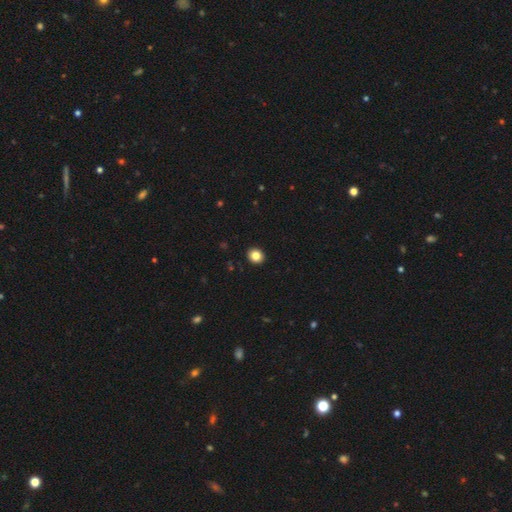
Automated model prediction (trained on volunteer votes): The model was most divided on "how rounded": round: 81%, in between: 18%, cigar-shaped: 1%. More confident: merging — none (93%); smooth or featured — smooth (84%).